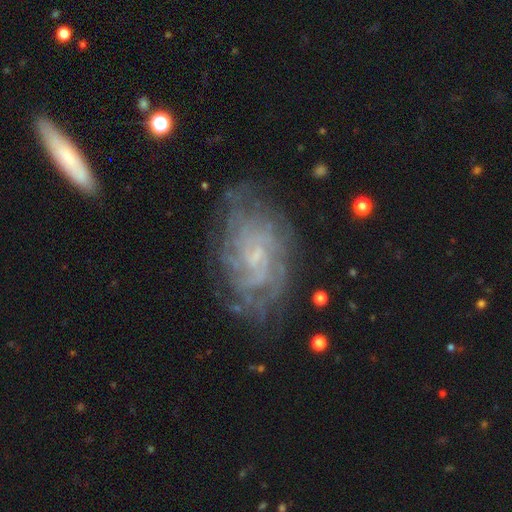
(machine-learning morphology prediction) type=featured or disk (82%); edge-on=no (96%); bar=no (58%); spiral arms=yes (93%); winding=tight (67%); arm count=can't tell (47%); bulge=small (72%); merging=none (72%).